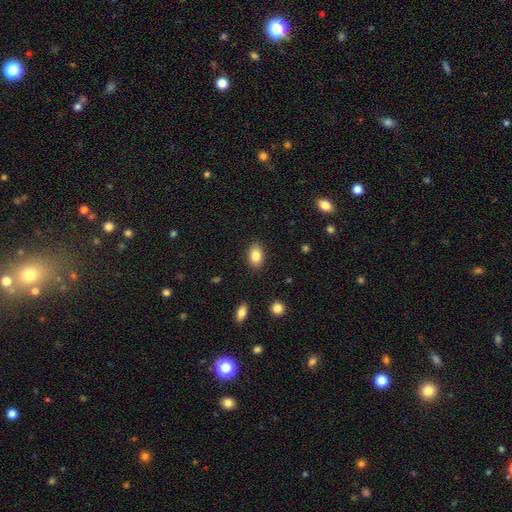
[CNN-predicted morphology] type=smooth (85%); roundness=in between (86%); merging=none (86%).